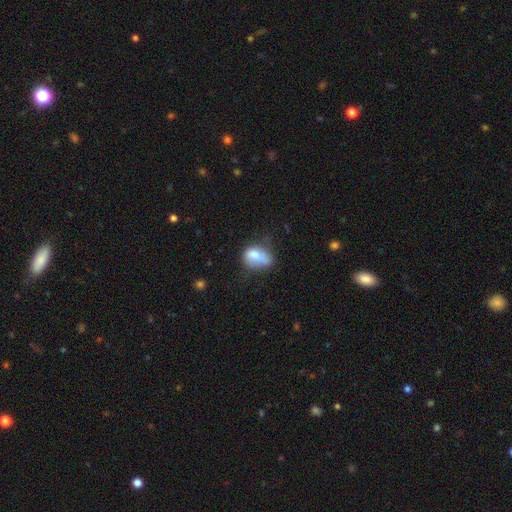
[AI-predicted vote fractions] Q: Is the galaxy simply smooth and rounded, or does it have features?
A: smooth — 73%.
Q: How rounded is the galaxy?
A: in between — 83%.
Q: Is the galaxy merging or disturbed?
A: minor disturbance — 36%, tied with none.